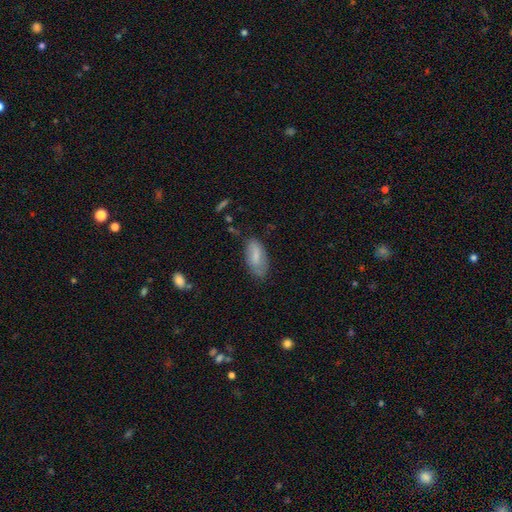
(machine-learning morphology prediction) smooth-or-featured: smooth: 74% | featured or disk: 19% | star or artifact: 7%
  how-rounded: in between: 85% | cigar-shaped: 12% | round: 2%
  merging: none: 65% | minor disturbance: 26% | major disturbance: 7% | merger: 2%